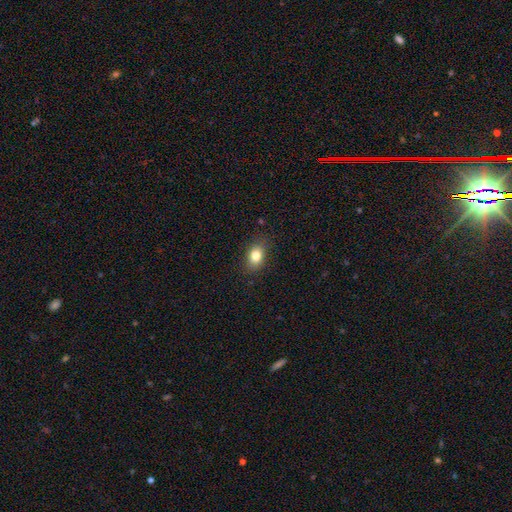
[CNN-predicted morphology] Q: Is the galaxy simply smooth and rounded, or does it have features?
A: smooth — 81%.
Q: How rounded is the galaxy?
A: in between — 75%.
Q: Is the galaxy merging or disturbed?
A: none — 85%.